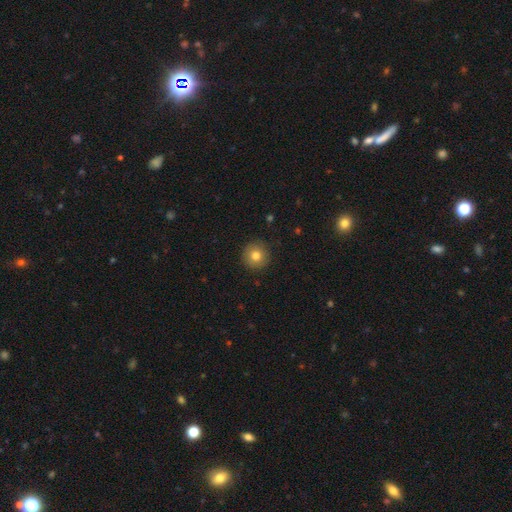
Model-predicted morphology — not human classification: type=smooth (80%); roundness=round (95%); merging=none (91%).